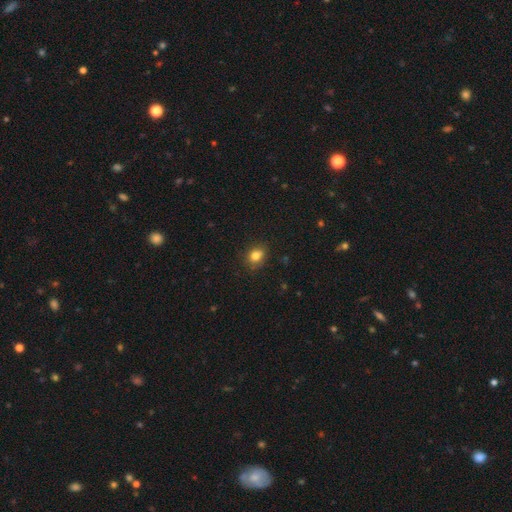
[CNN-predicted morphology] Smooth or featured: smooth — 81% (star or artifact — 11%)
How rounded: round — 58% (in between — 41%)
Merging: none — 78% (minor disturbance — 16%)